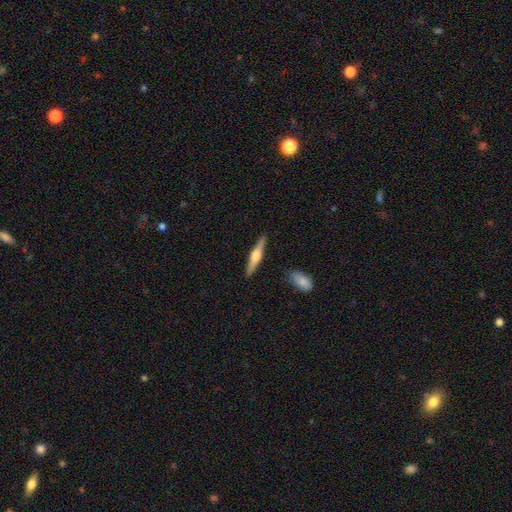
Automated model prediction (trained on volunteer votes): Smooth or featured: featured or disk — 60% (smooth — 35%)
Edge-on disk: yes — 97% (no — 3%)
Edge-on bulge: rounded — 88% (boxy — 8%)
Merging: none — 89% (minor disturbance — 7%)